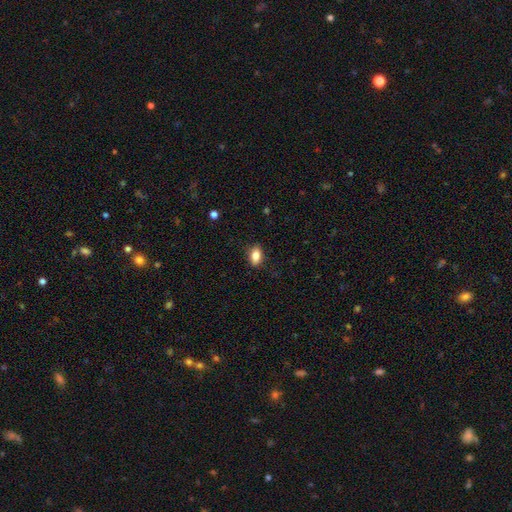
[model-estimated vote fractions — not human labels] A smooth galaxy with no disk features (84%) that is in between round and cigar-shaped (86%). Merging: none (85%).